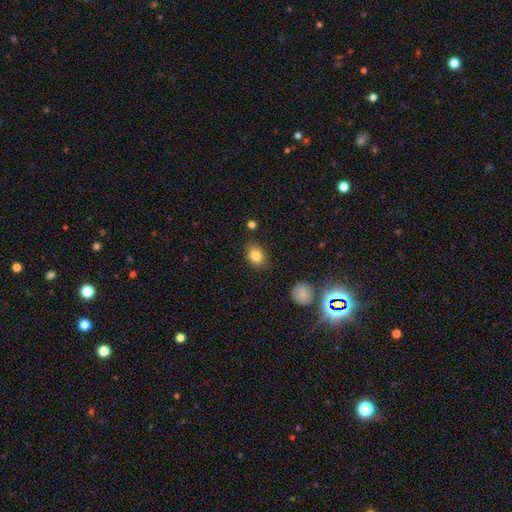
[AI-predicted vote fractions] Morphology: type=smooth (82%); roundness=in between (64%); merging=none (83%).